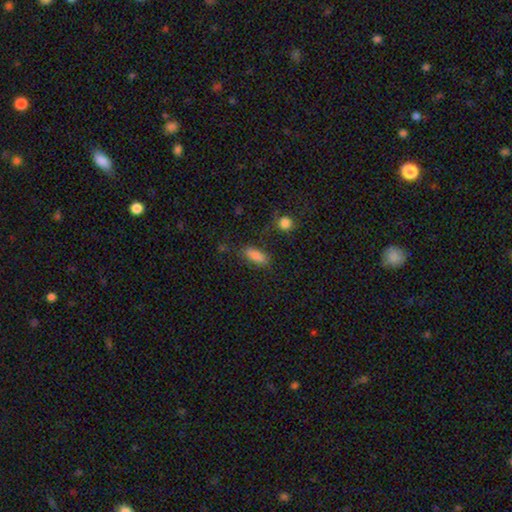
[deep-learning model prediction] Morphology: type=smooth (85%); roundness=in between (74%); merging=none (71%).